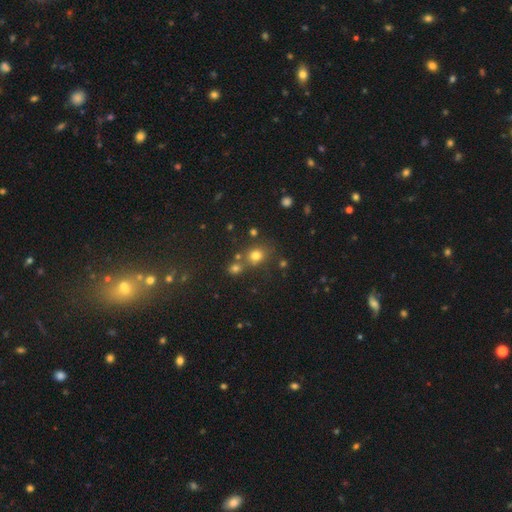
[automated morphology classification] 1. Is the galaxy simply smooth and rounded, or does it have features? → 74% smooth, 18% star or artifact, 8% featured or disk.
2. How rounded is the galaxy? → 74% round, 25% in between, 1% cigar-shaped.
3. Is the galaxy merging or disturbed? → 62% none, 22% merger, 11% minor disturbance, 5% major disturbance.